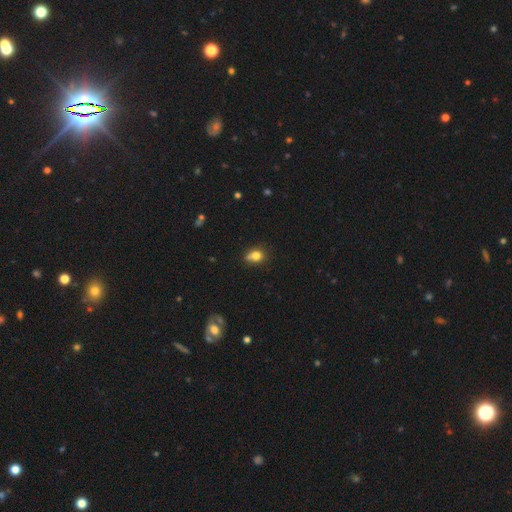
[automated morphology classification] type=smooth (79%); roundness=in between (52%); merging=none (56%).